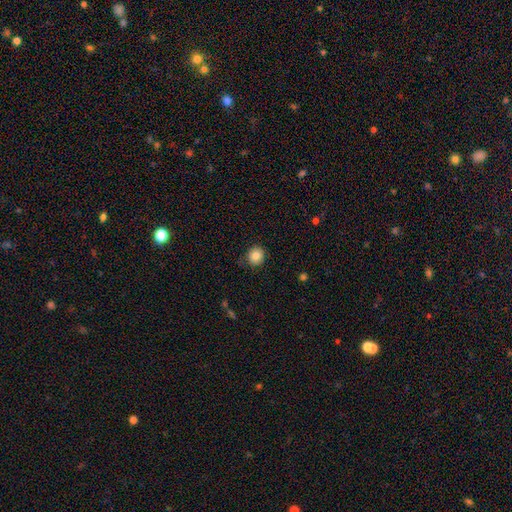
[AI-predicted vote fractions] A smooth galaxy with no disk features (83%) that is round (91%). Merging: none (84%).